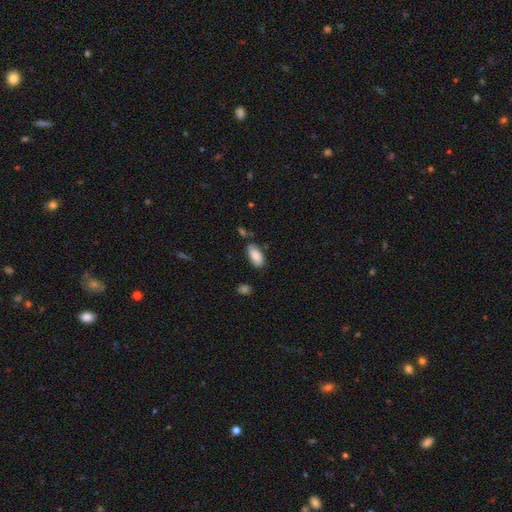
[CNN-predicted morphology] smooth 83%, featured or disk 10%, star or artifact 7%. Down the decision tree: how rounded — in between (92%); merging — none (69%).